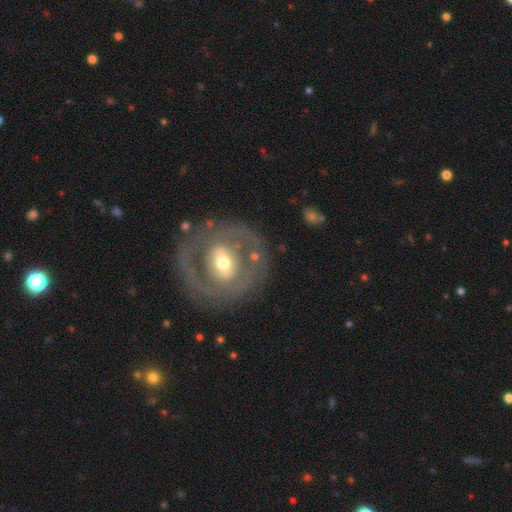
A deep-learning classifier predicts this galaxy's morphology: Smooth or featured: featured or disk — 71% (smooth — 23%)
Edge-on disk: no — 95% (yes — 5%)
Bar: no — 43% (weak — 34%)
Spiral arms: no — 59% (yes — 41%)
Bulge size: moderate — 61% (small — 25%)
Merging: none — 76% (minor disturbance — 13%)